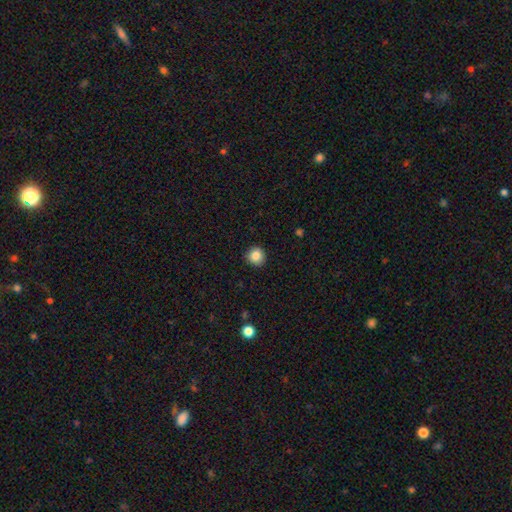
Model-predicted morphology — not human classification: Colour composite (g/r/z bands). It shows a smooth galaxy with no disk features (85%) that is round (93%). Merging: none (92%).